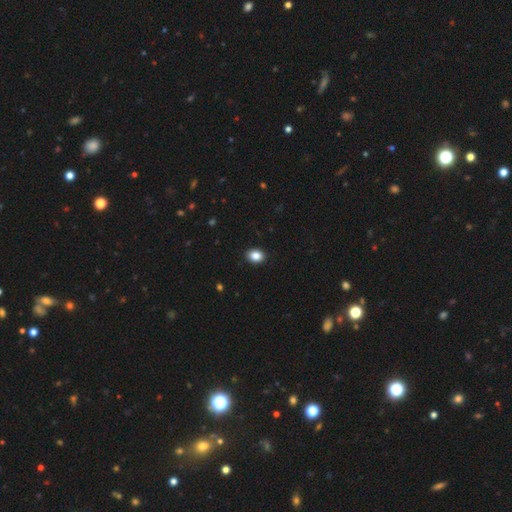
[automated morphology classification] smooth 87%, star or artifact 9%, featured or disk 4%. Down the decision tree: how rounded — in between (58%); merging — none (91%).